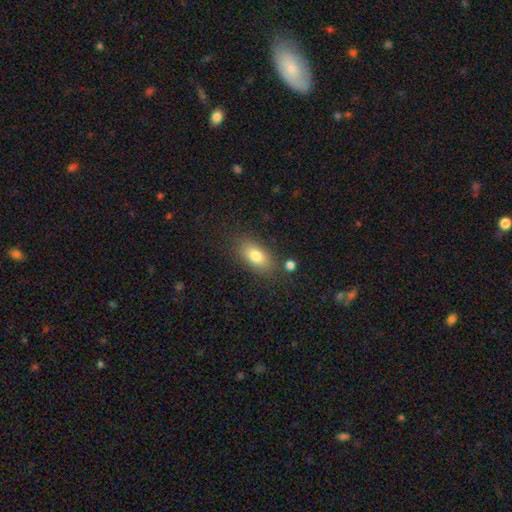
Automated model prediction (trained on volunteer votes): A smooth galaxy with no disk features (79%) that is in between round and cigar-shaped (87%).

Vote fractions:
- Smooth or featured? smooth: 79% / featured or disk: 13% / star or artifact: 8%
- How rounded? in between: 87% / round: 7% / cigar-shaped: 6%
- Merging? none: 77% / minor disturbance: 13% / merger: 5% / major disturbance: 4%